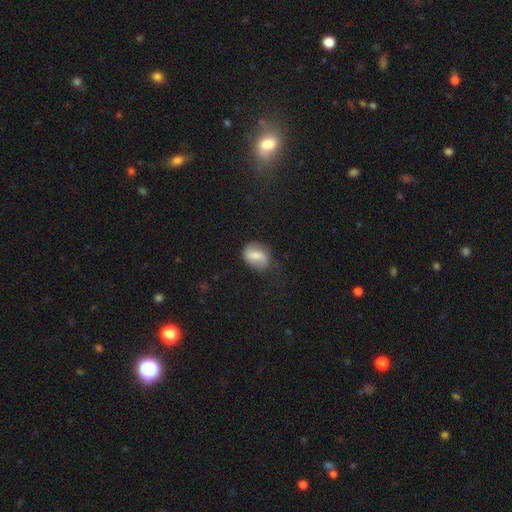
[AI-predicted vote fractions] A smooth galaxy with no disk features (64%) that is in between round and cigar-shaped (64%). Merging: none (66%).